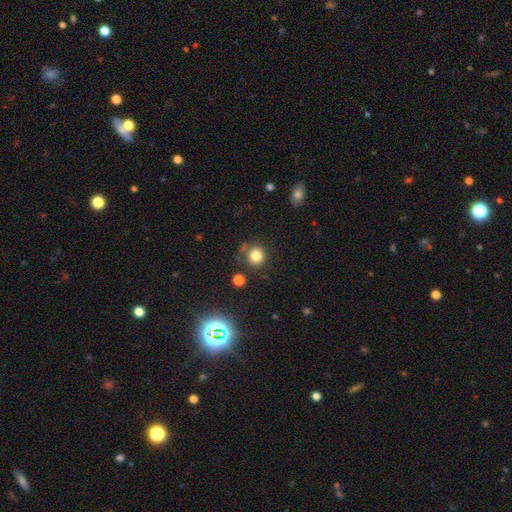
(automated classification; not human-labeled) Overall: smooth (80%). How rounded: round (89%). Merging: none (78%).